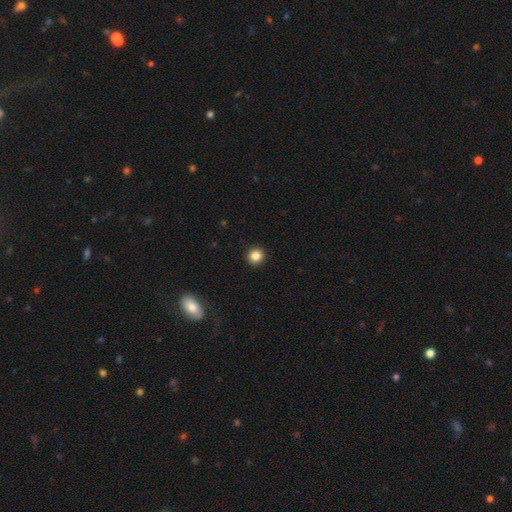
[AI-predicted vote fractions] Morphology: type=smooth (84%); roundness=round (92%); merging=none (93%).